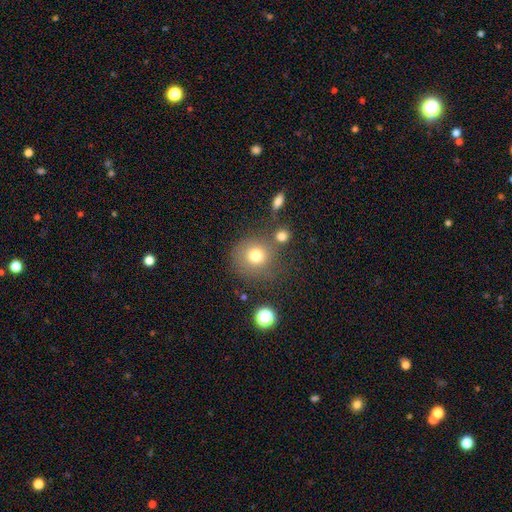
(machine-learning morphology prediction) type=smooth (76%); roundness=round (87%); merging=none (66%).